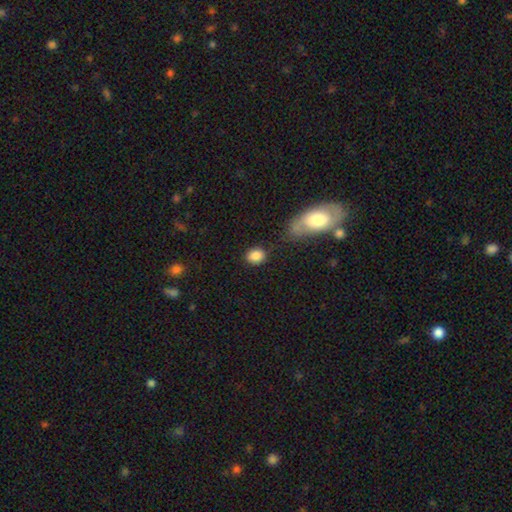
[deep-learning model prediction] This is clearly a smooth galaxy (86%). How rounded: possibly round (54%). Merging: likely none (79%).